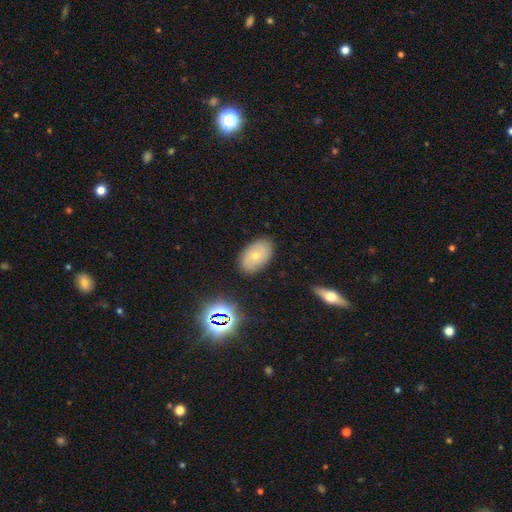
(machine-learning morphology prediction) Smooth or featured? smooth (58%)
How rounded? in between (89%)
Merging? none (85%)